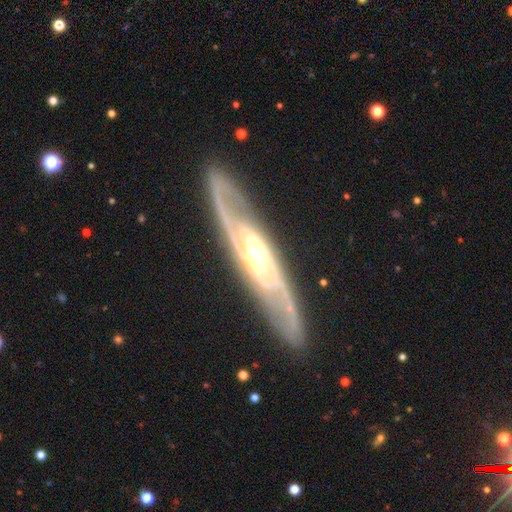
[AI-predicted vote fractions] featured or disk 89%, smooth 7%, star or artifact 4%. Down the decision tree: edge-on disk — no (74%); bar — no (40%); spiral arms — yes (94%); spiral arm count — 2 (80%); spiral winding — medium (48%); bulge size — moderate (61%); merging — none (83%).